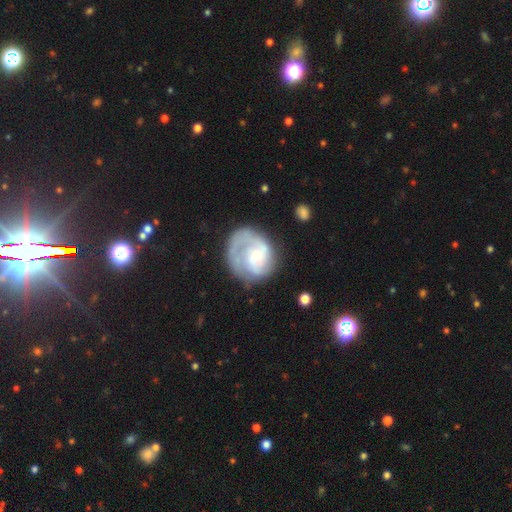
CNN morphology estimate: This appears to be a featured or disk galaxy (73%) with no bar (66%), 1 (38%) tight (42%) spiral arms (88%) and a small central bulge (55%). Merging: none (54%).